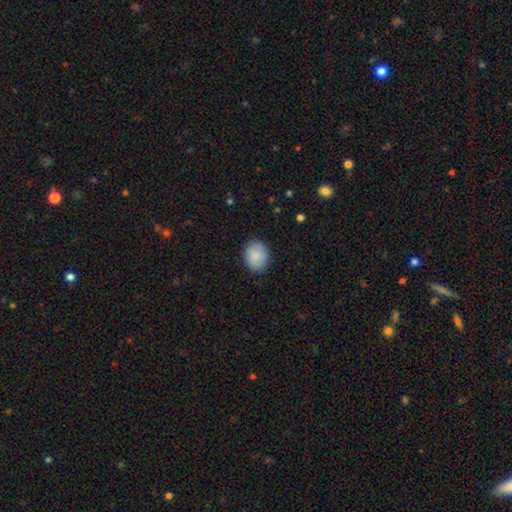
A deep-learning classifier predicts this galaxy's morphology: Overall: smooth (87%). How rounded: round (60%; in between 39%). Merging: none (86%).